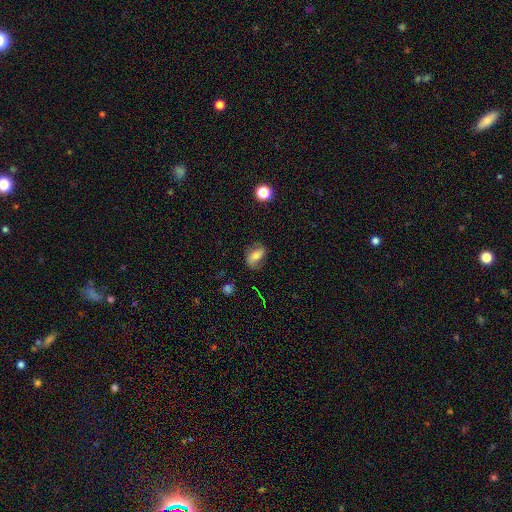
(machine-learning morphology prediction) The model was most divided on "smooth or featured": smooth: 48%, featured or disk: 41%, star or artifact: 11%. More confident: merging — none (69%).